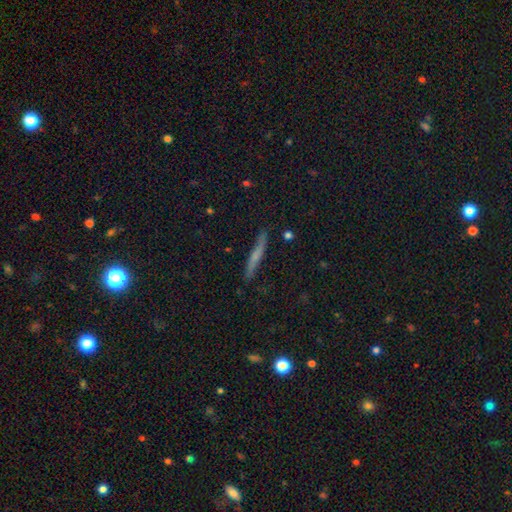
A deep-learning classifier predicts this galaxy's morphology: Q: Smooth or featured?
A: smooth (48%); runner-up: featured or disk (45%)
Q: Merging?
A: none (84%); runner-up: minor disturbance (12%)